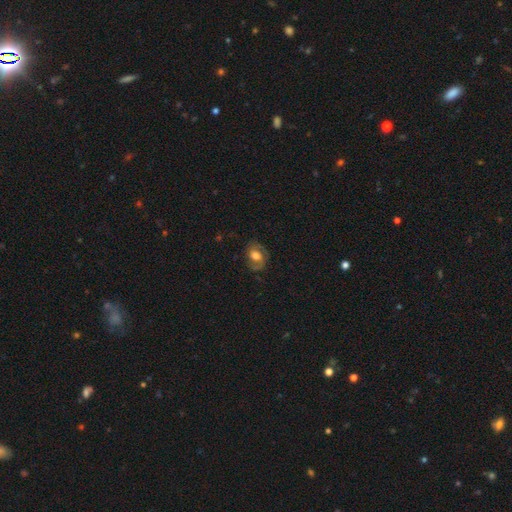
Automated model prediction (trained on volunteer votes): Smooth or featured: featured or disk — 49% (smooth — 42%)
Merging: none — 69% (minor disturbance — 20%)